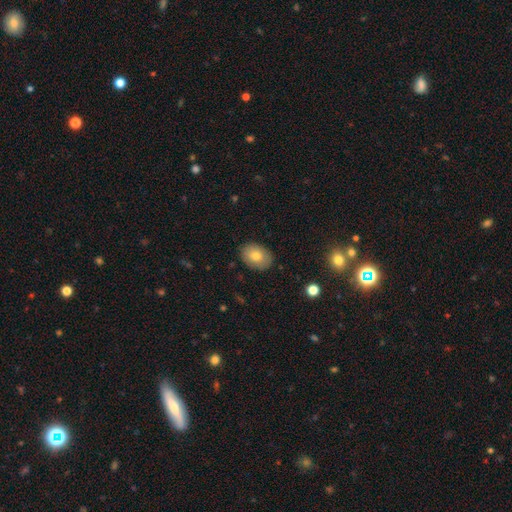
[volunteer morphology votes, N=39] A smooth galaxy with no disk features (82%) that is in between round and cigar-shaped (91%).

Vote fractions:
- Smooth or featured? smooth: 82% / featured or disk: 13% / star or artifact: 5%
- How rounded? in between: 91% / round: 9% / cigar-shaped: 0%
- Merging? none: 92% / minor disturbance: 5% / major disturbance: 3% / merger: 0%